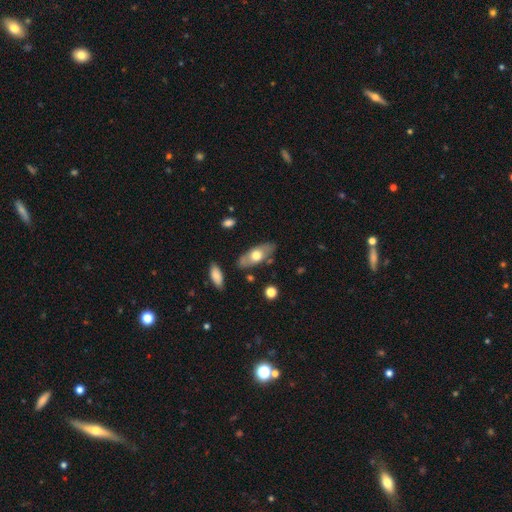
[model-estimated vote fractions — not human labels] A smooth galaxy with no disk features (56%) that is in between round and cigar-shaped (83%).

Vote fractions:
- Smooth or featured? smooth: 56% / featured or disk: 38% / star or artifact: 6%
- How rounded? in between: 83% / cigar-shaped: 13% / round: 4%
- Merging? none: 78% / minor disturbance: 15% / merger: 4% / major disturbance: 3%